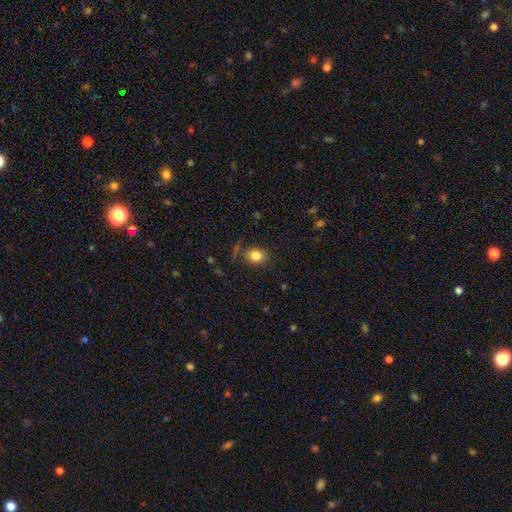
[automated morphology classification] smooth-or-featured: smooth: 83% | star or artifact: 10% | featured or disk: 6%
  how-rounded: round: 55% | in between: 44% | cigar-shaped: 1%
  merging: none: 79% | minor disturbance: 13% | major disturbance: 5% | merger: 3%